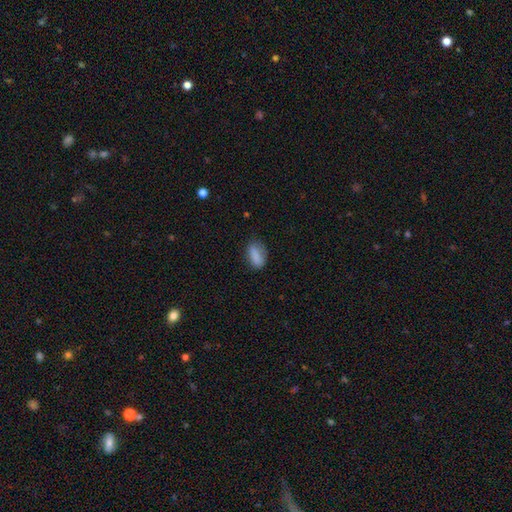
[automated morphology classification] Overall: smooth (84%). How rounded: in between (85%). Merging: none (71%).